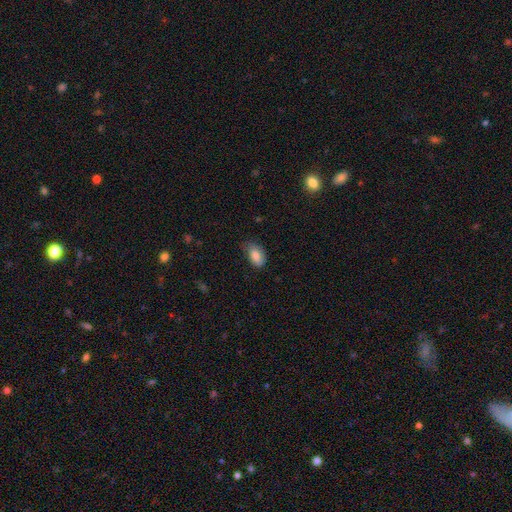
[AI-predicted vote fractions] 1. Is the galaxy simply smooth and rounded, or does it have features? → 81% smooth, 12% featured or disk, 7% star or artifact.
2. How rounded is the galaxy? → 91% in between, 7% round, 2% cigar-shaped.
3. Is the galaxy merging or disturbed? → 61% none, 31% minor disturbance, 7% major disturbance, 1% merger.